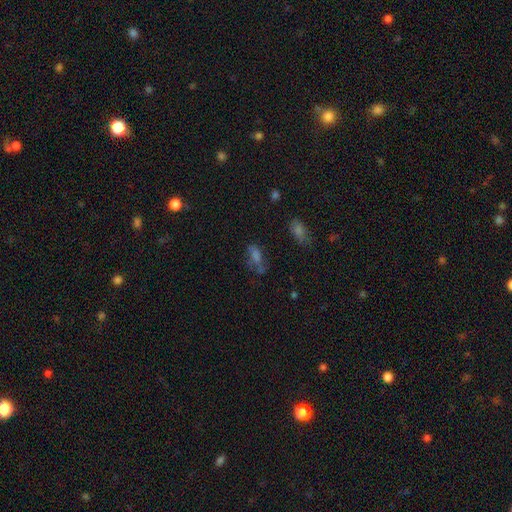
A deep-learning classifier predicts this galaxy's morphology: A smooth galaxy with no disk features (43%). Merging: none (55%).